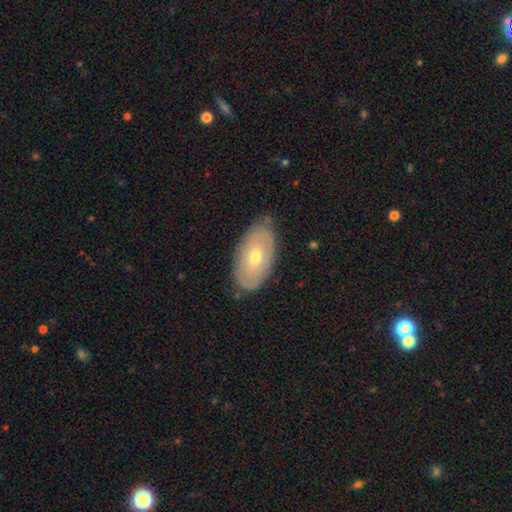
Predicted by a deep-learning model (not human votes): Overall: featured or disk (50%; smooth 44%). Merging: none (76%).